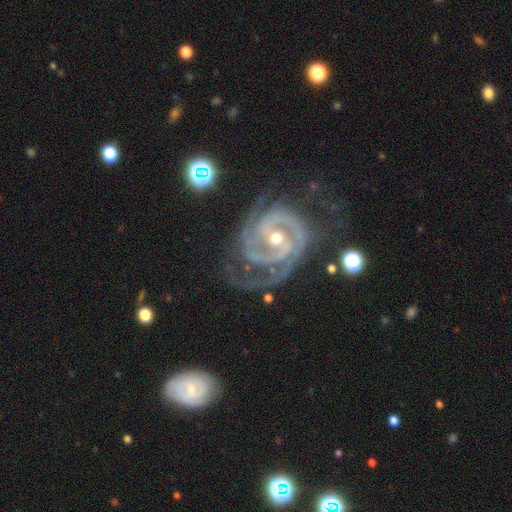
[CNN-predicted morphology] Smooth or featured?
  - featured or disk: 93% *
  - star or artifact: 4%
  - smooth: 3%
Edge-on disk?
  - no: 98% *
  - yes: 2%
Bar?
  - weak: 37% *
  - no: 36%
  - strong: 27%
Spiral arms?
  - yes: 98% *
  - no: 2%
Spiral winding?
  - tight: 60% *
  - medium: 35%
  - loose: 5%
Spiral arm count?
  - 2: 56% *
  - 3: 23%
  - can't tell: 7%
  - 4: 5%
  - 1: 4%
  - more than 4: 4%
Bulge size?
  - moderate: 56% *
  - small: 41%
  - large: 2%
  - none: 1%
  - dominant: 1%
Merging?
  - none: 62% *
  - minor disturbance: 22%
  - major disturbance: 14%
  - merger: 3%